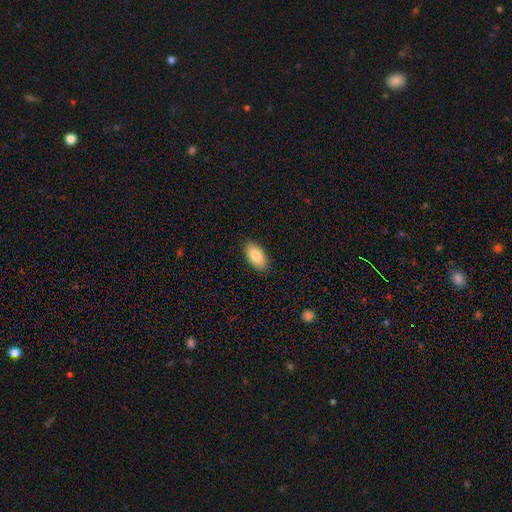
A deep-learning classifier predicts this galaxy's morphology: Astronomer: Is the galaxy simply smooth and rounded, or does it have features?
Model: smooth — 85%.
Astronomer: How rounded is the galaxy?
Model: in between — 93%.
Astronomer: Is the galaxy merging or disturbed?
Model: none — 89%.